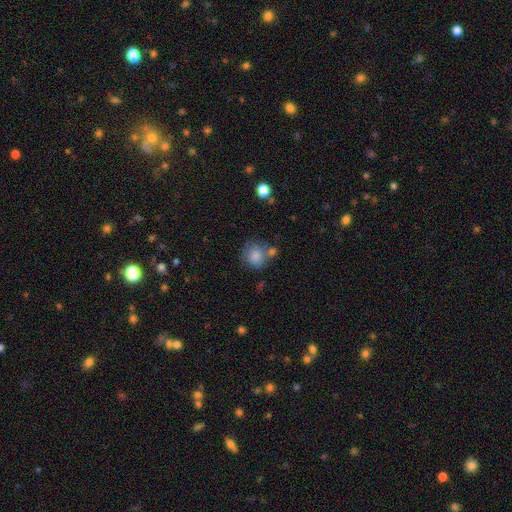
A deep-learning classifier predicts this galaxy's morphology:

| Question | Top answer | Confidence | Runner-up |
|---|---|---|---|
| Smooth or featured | smooth | 83% | featured or disk (9%) |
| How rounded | round | 81% | in between (18%) |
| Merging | none | 55% | merger (21%) |